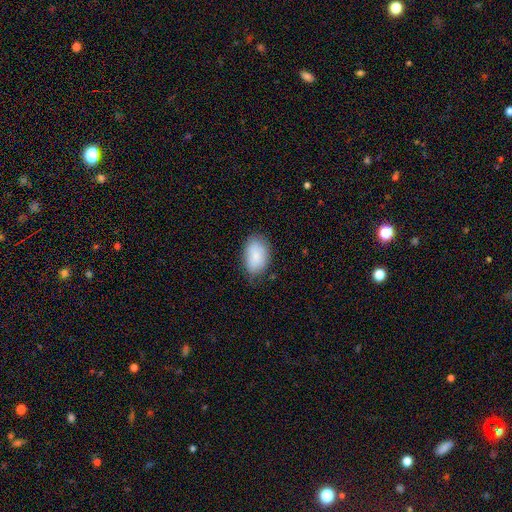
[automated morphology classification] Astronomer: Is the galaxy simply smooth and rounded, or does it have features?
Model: smooth — 84%.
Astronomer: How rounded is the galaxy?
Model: in between — 91%.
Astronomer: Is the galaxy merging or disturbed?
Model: none — 71%.